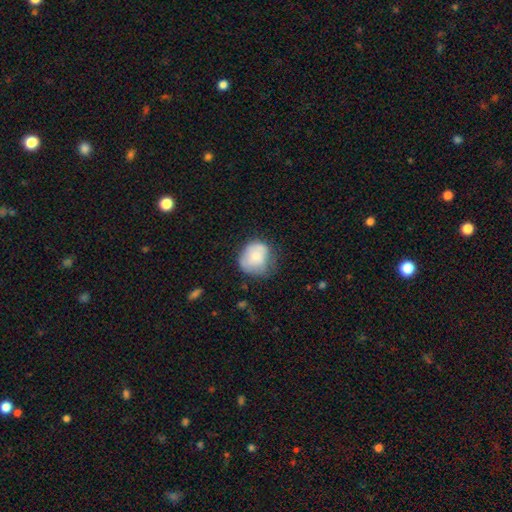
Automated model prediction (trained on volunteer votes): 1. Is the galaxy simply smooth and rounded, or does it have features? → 70% smooth, 22% featured or disk, 8% star or artifact.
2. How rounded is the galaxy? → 74% round, 25% in between, 1% cigar-shaped.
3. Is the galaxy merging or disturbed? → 47% none, 35% minor disturbance, 16% major disturbance, 2% merger.